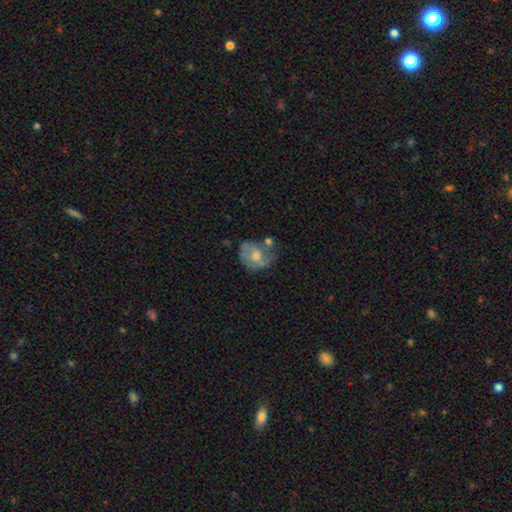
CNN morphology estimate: A featured or disk galaxy (53%) with no bar (67%), spiral arms (63%) and a moderate central bulge (68%).

Vote fractions:
- Smooth or featured? featured or disk: 53% / smooth: 38% / star or artifact: 9%
- Edge-on disk? no: 97% / yes: 3%
- Bar? no: 67% / weak: 28% / strong: 5%
- Spiral arms? yes: 63% / no: 37%
- Bulge size? moderate: 68% / small: 19% / large: 8% / none: 3% / dominant: 1%
- Merging? none: 48% / minor disturbance: 26% / major disturbance: 13% / merger: 13%